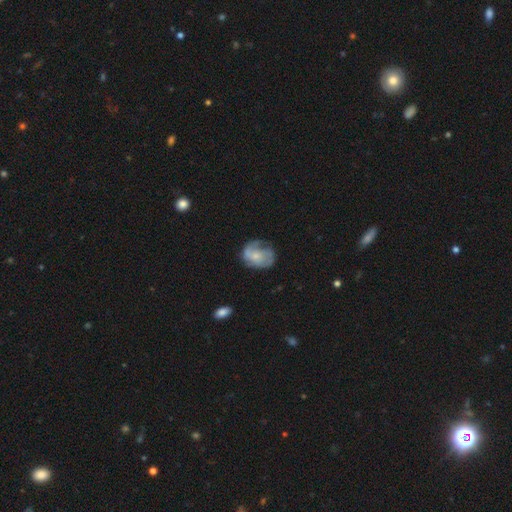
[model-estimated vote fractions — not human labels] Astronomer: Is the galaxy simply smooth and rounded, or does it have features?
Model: featured or disk — 64%.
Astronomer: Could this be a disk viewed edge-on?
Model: no — 98%.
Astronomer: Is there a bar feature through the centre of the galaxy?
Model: no — 73%.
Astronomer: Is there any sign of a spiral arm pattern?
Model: yes — 82%.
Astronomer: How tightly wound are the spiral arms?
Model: medium — 43% (runner-up: tight, 32%).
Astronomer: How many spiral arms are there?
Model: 2 — 37% (runner-up: can't tell, 27%).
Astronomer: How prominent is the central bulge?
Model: small — 61%.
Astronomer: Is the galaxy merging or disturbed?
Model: none — 55%.